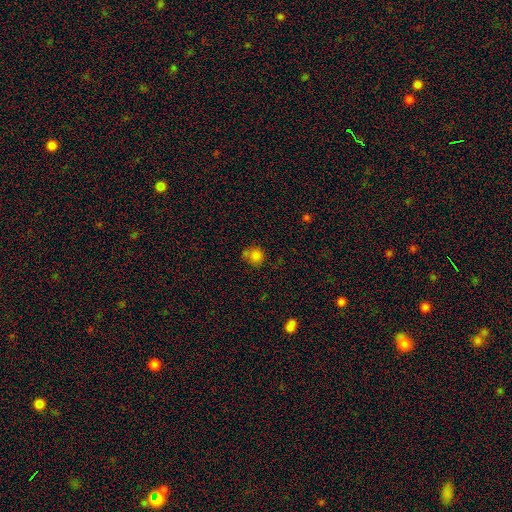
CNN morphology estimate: smooth_or_featured: smooth (p=0.81) [alt: star or artifact p=0.13]
how_rounded: round (p=0.85) [alt: in between p=0.14]
merging: none (p=0.56) [alt: minor disturbance p=0.23]